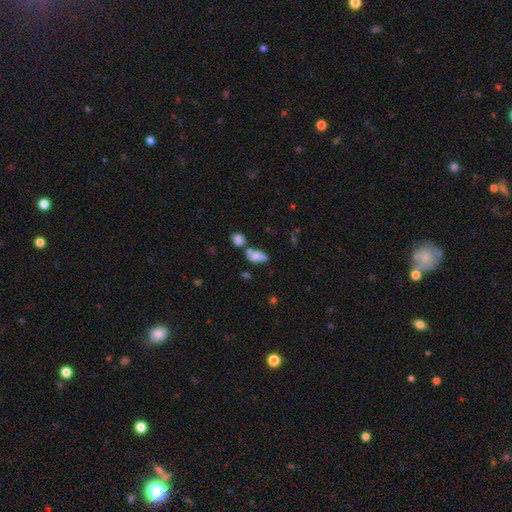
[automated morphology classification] Q: Smooth or featured?
A: smooth (69%); runner-up: featured or disk (21%)
Q: How rounded?
A: in between (87%); runner-up: round (8%)
Q: Merging?
A: none (39%); runner-up: merger (37%)